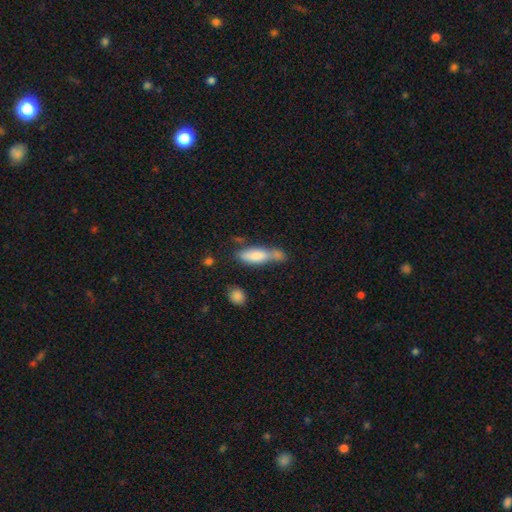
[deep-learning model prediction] smooth_or_featured: smooth (p=0.72) [alt: featured or disk p=0.21]
how_rounded: cigar-shaped (p=0.50) [alt: in between p=0.47]
merging: merger (p=0.33) [alt: none p=0.32]